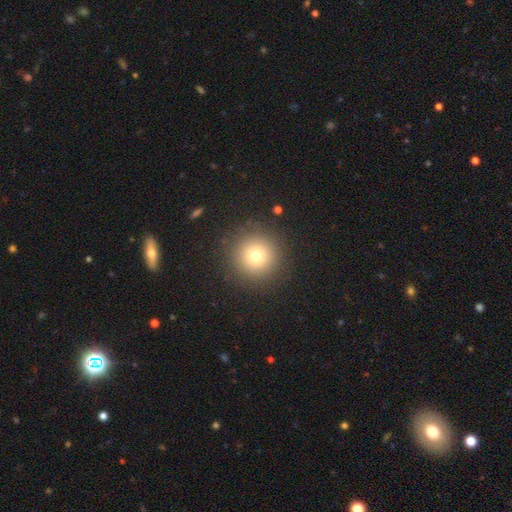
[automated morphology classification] A smooth galaxy with no disk features (73%) that is round (96%).

Vote fractions:
- Smooth or featured? smooth: 73% / star or artifact: 16% / featured or disk: 11%
- How rounded? round: 96% / in between: 3% / cigar-shaped: 1%
- Merging? none: 90% / minor disturbance: 6% / major disturbance: 3% / merger: 1%